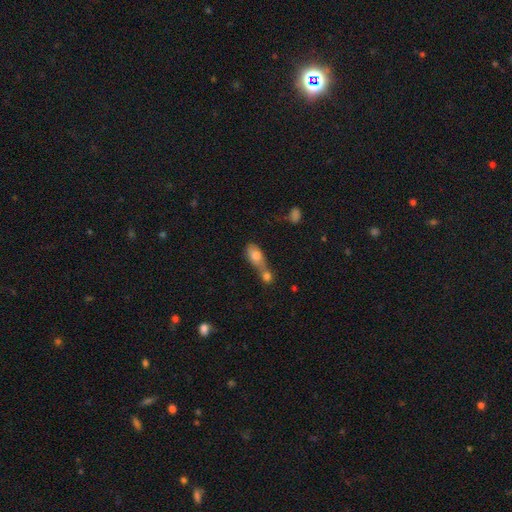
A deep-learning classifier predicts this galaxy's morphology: A smooth galaxy with no disk features (76%) that is in between round and cigar-shaped (76%). Merging: merger (70%).